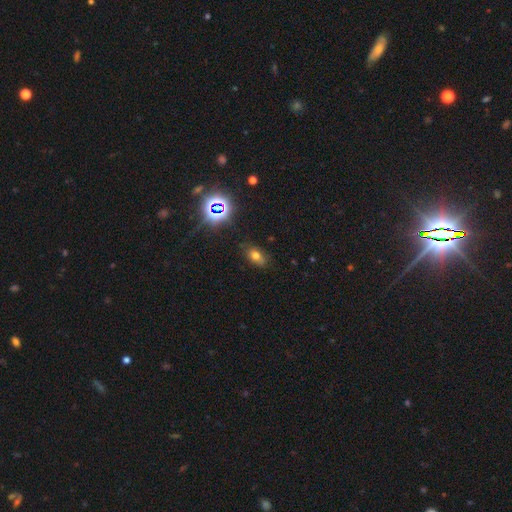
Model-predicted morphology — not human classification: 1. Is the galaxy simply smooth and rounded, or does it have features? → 66% smooth, 23% star or artifact, 11% featured or disk.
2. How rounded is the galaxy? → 80% in between, 17% round, 3% cigar-shaped.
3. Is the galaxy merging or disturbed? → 80% none, 15% minor disturbance, 4% major disturbance, 2% merger.